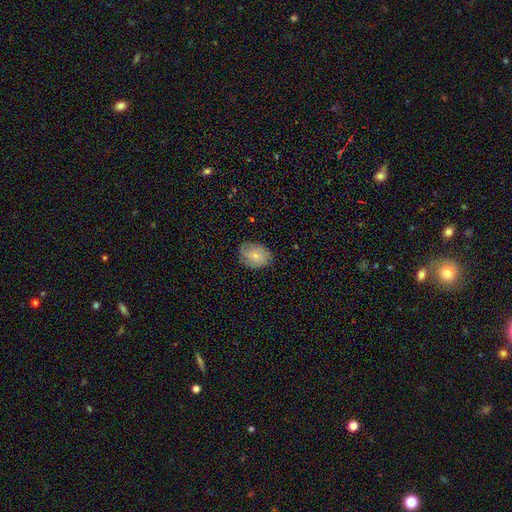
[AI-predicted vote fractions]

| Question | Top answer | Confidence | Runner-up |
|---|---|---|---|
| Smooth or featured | smooth | 71% | featured or disk (21%) |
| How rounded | in between | 69% | round (30%) |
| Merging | none | 76% | minor disturbance (18%) |